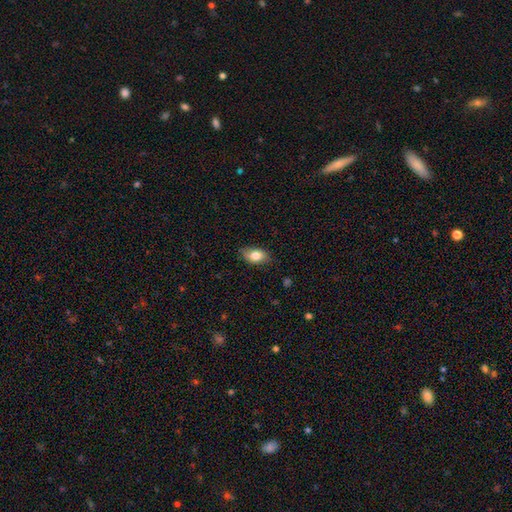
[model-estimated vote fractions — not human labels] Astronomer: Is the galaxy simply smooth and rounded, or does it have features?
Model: smooth — 80%.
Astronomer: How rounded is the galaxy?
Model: in between — 88%.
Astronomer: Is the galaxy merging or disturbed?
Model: none — 79%.